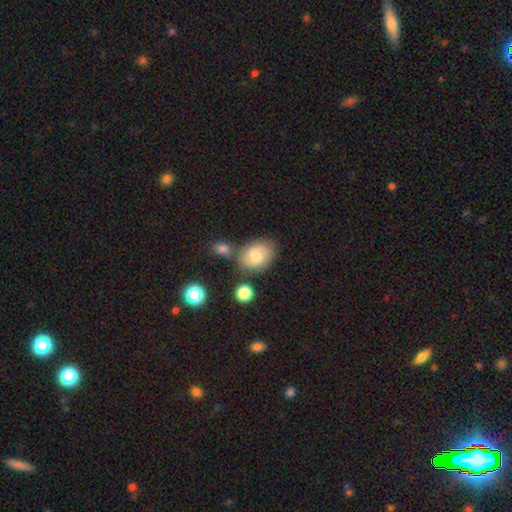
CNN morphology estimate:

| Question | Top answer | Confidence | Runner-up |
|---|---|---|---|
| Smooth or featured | smooth | 67% | featured or disk (24%) |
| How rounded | in between | 68% | round (30%) |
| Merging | none | 65% | minor disturbance (18%) |